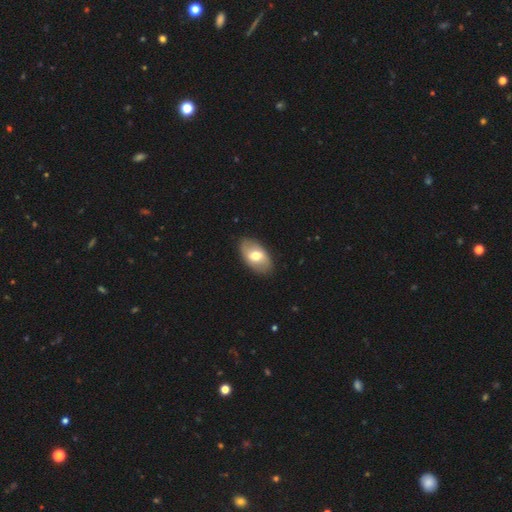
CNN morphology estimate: Q: Smooth or featured?
A: smooth (58%); runner-up: featured or disk (37%)
Q: How rounded?
A: in between (92%); runner-up: round (6%)
Q: Merging?
A: none (87%); runner-up: minor disturbance (9%)